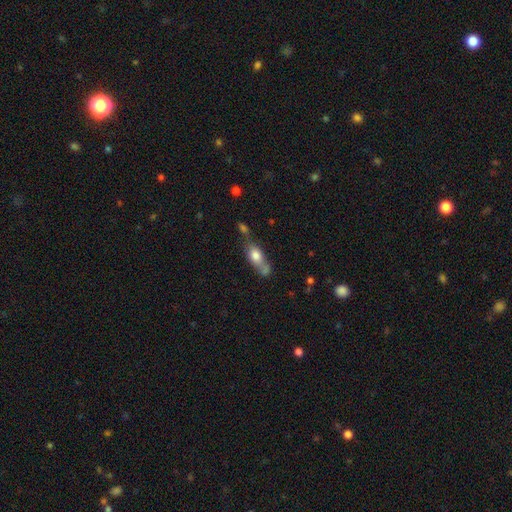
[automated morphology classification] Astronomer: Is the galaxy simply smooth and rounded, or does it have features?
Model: smooth — 70%.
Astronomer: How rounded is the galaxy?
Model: in between — 71%.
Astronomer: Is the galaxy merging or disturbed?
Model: merger — 37% (runner-up: none, 33%).